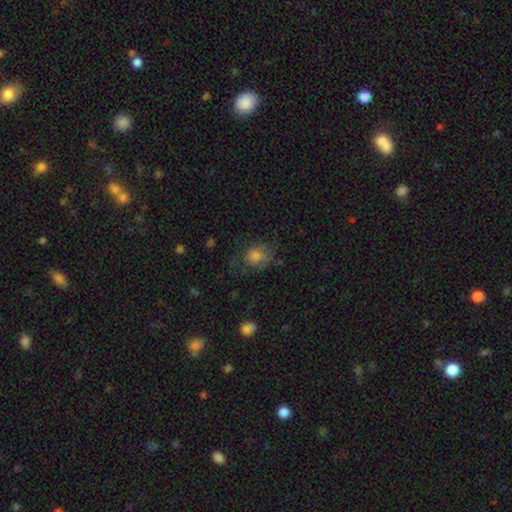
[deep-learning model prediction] A smooth galaxy with no disk features (71%) that is round (66%).

Vote fractions:
- Smooth or featured? smooth: 71% / featured or disk: 16% / star or artifact: 13%
- How rounded? round: 66% / in between: 33% / cigar-shaped: 1%
- Merging? none: 58% / minor disturbance: 24% / major disturbance: 16% / merger: 2%